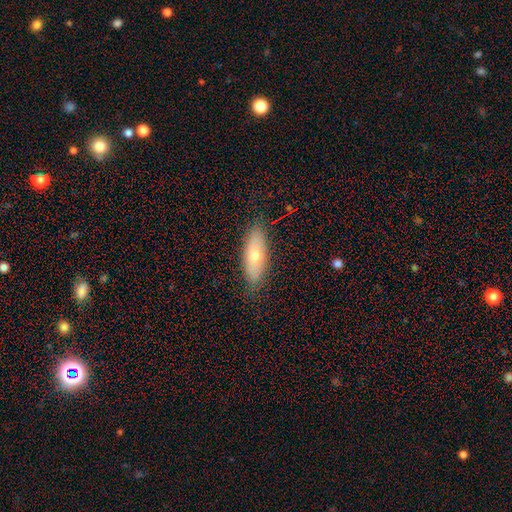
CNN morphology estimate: Smooth or featured? smooth (65%)
How rounded? in between (68%)
Merging? none (85%)